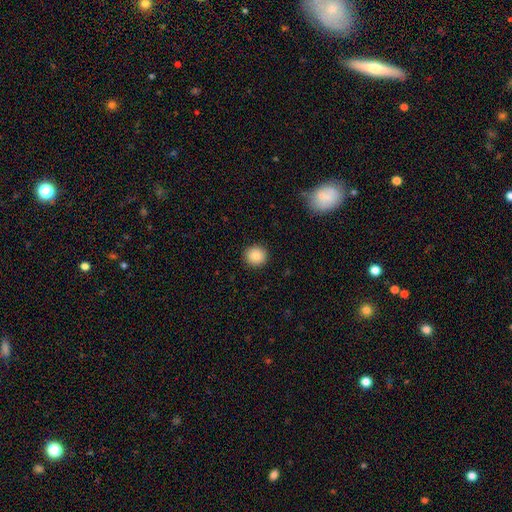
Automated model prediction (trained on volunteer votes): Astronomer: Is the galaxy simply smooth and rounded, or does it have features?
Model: smooth — 87%.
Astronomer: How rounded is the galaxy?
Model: round — 90%.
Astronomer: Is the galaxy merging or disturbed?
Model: none — 92%.